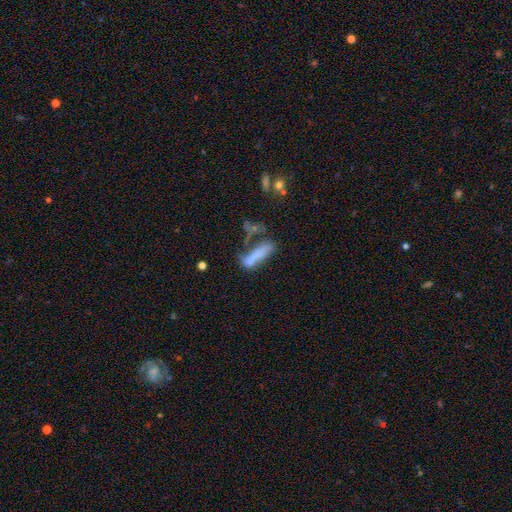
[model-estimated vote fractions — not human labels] The model was most divided on "merging": none: 32%, merger: 26%, major disturbance: 21%, minor disturbance: 20%. More confident: smooth or featured — smooth (66%); how rounded — cigar-shaped (63%).